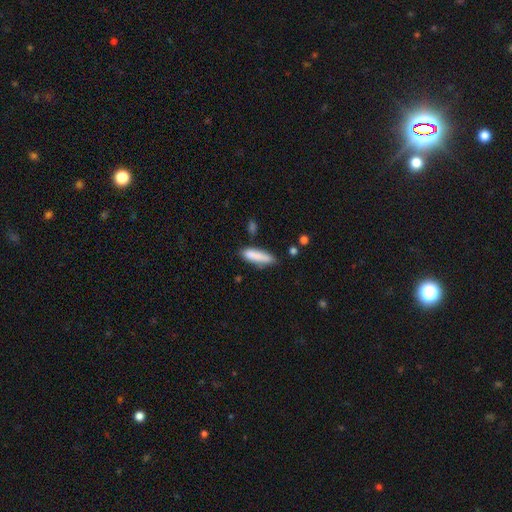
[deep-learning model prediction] The model was most divided on "how rounded": cigar-shaped: 62%, in between: 36%, round: 2%. More confident: smooth or featured — smooth (84%); merging — none (68%).